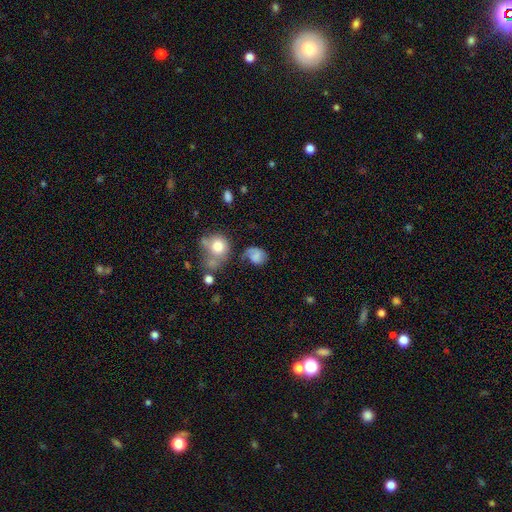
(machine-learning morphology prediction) Smooth or featured: smooth — 54% (featured or disk — 36%)
How rounded: round — 52% (in between — 46%)
Merging: none — 40% (minor disturbance — 25%)